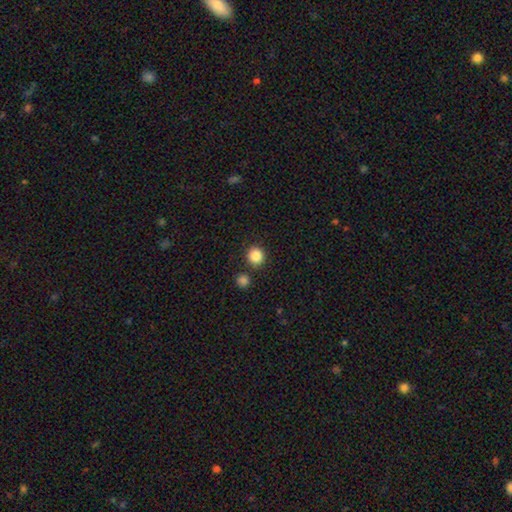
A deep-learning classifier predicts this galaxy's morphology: Smooth or featured: smooth — 86% (star or artifact — 10%)
How rounded: round — 91% (in between — 8%)
Merging: none — 85% (minor disturbance — 7%)